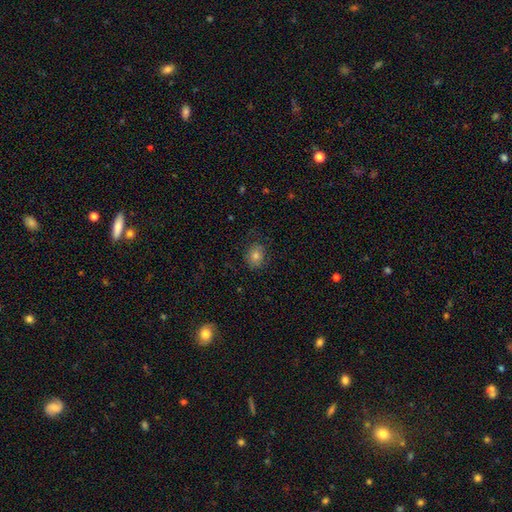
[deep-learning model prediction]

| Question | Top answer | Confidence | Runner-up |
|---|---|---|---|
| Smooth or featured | smooth | 69% | featured or disk (16%) |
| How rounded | round | 67% | in between (32%) |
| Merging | none | 77% | minor disturbance (16%) |